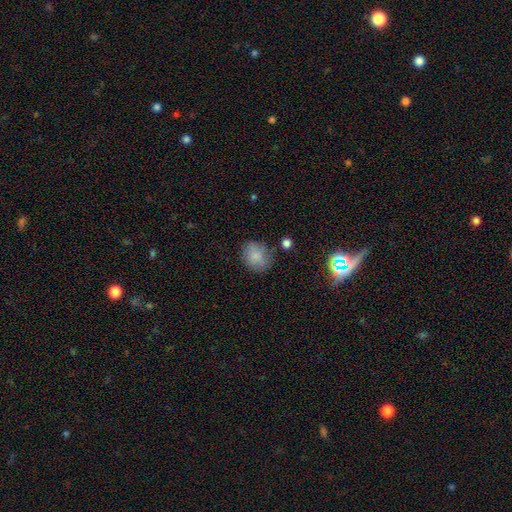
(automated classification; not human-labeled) This is clearly a smooth galaxy (82%). How rounded: likely round (61%). Merging: likely none (72%).